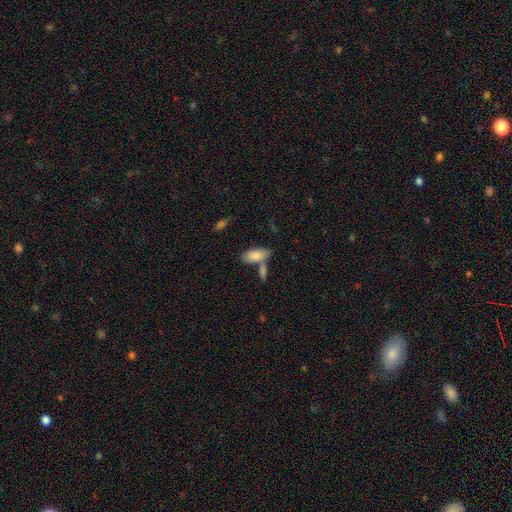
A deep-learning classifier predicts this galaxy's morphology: smooth 84%, featured or disk 9%, star or artifact 7%. Down the decision tree: how rounded — in between (86%); merging — none (50%).